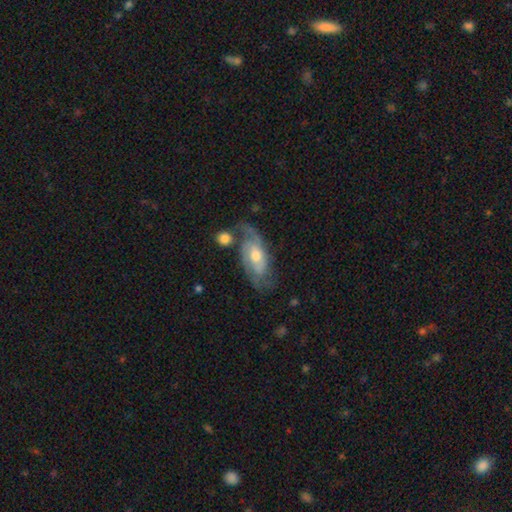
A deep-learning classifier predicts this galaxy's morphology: type=featured or disk (77%); edge-on=no (93%); bar=no (60%); spiral arms=yes (92%); winding=medium (43%); arm count=2 (68%); bulge=moderate (65%); merging=none (53%).